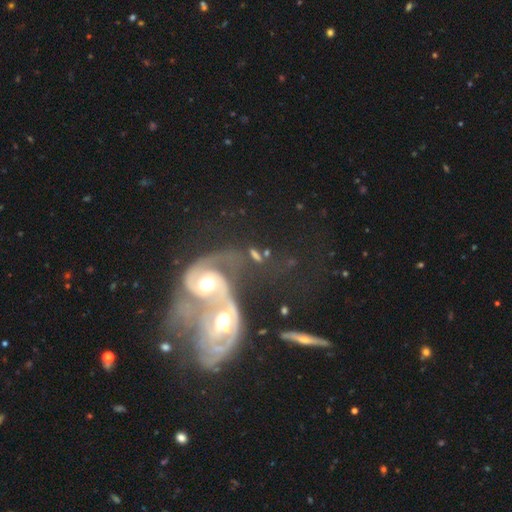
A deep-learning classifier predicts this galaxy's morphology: The model was most divided on "spiral winding": medium: 44%, loose: 29%, tight: 27%. More confident: edge-on disk — no (95%); spiral arms — yes (89%); merging — merger (79%); smooth or featured — featured or disk (76%); spiral arm count — 2 (72%); bulge size — moderate (65%); bar — no (58%).